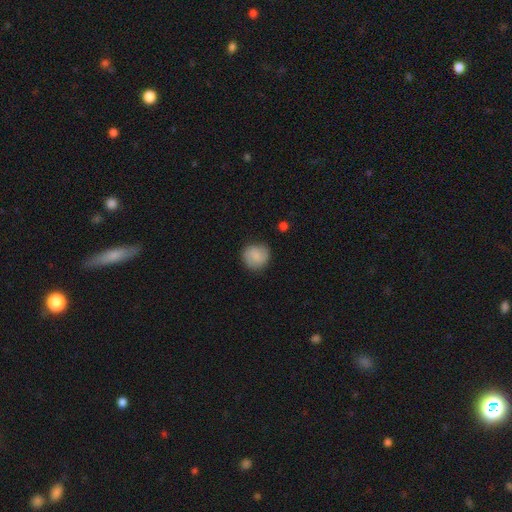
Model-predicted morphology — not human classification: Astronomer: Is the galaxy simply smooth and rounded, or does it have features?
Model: smooth — 70%.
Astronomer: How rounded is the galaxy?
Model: round — 89%.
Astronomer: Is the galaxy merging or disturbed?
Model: none — 82%.